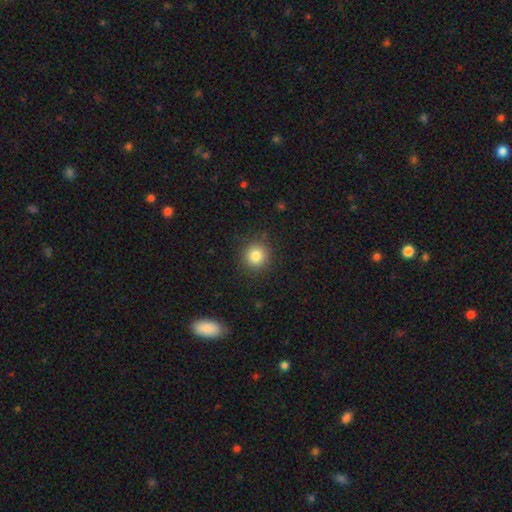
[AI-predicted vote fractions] Q: Smooth or featured?
A: smooth (83%); runner-up: star or artifact (11%)
Q: How rounded?
A: round (92%); runner-up: in between (7%)
Q: Merging?
A: none (88%); runner-up: minor disturbance (8%)